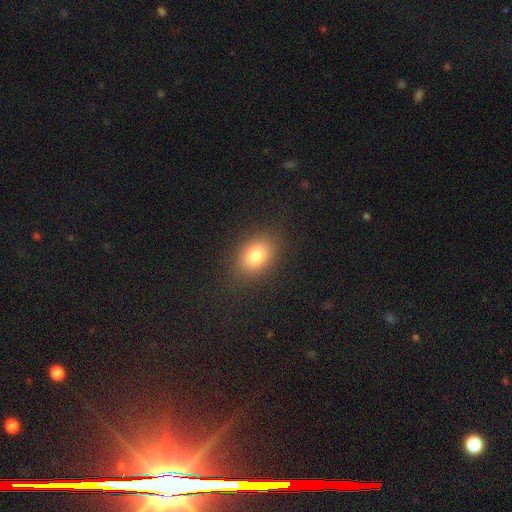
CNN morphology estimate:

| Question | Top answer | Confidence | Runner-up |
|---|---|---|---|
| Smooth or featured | smooth | 80% | star or artifact (11%) |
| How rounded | in between | 68% | round (31%) |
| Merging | none | 85% | minor disturbance (9%) |